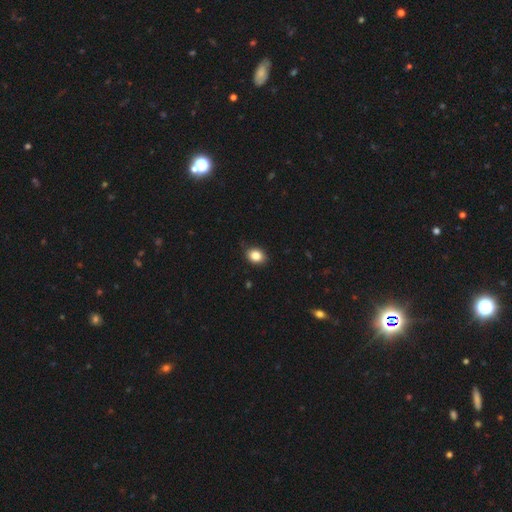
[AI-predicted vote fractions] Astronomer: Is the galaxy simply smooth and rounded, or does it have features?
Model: smooth — 85%.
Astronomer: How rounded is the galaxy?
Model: in between — 61% (runner-up: round, 38%).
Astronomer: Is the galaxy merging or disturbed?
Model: none — 83%.